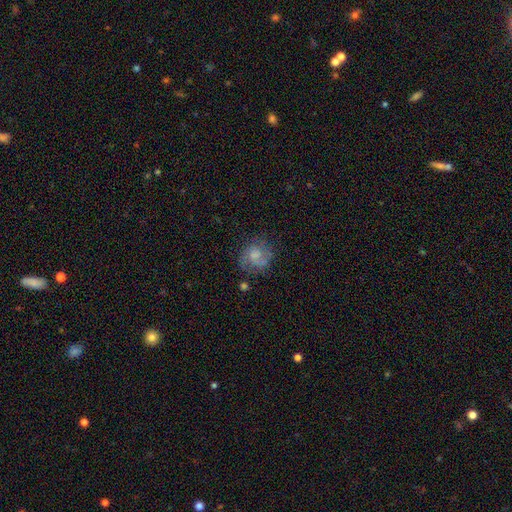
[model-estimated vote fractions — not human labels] The model was most divided on "smooth or featured": featured or disk: 46%, smooth: 44%, star or artifact: 10%. More confident: merging — none (56%).